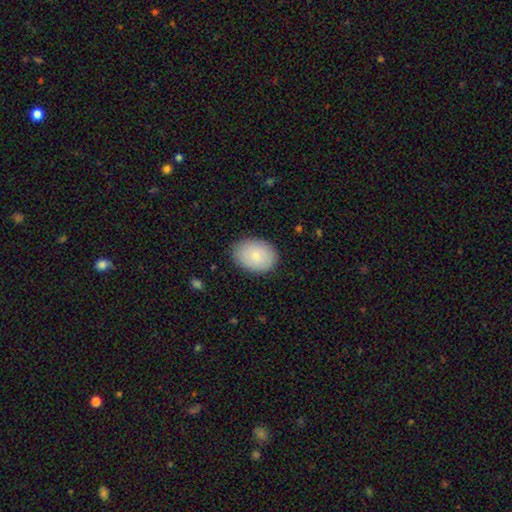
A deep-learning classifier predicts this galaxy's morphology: A smooth galaxy with no disk features (82%) that is in between round and cigar-shaped (76%). Merging: none (84%).